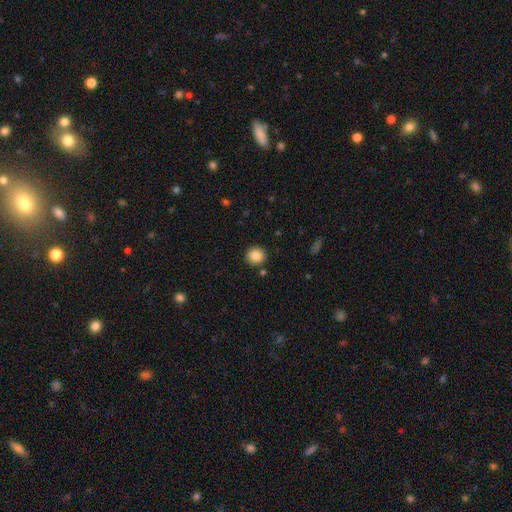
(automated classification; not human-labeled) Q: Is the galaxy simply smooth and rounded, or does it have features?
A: smooth — 87%.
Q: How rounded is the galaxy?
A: round — 93%.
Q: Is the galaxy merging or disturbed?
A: none — 90%.